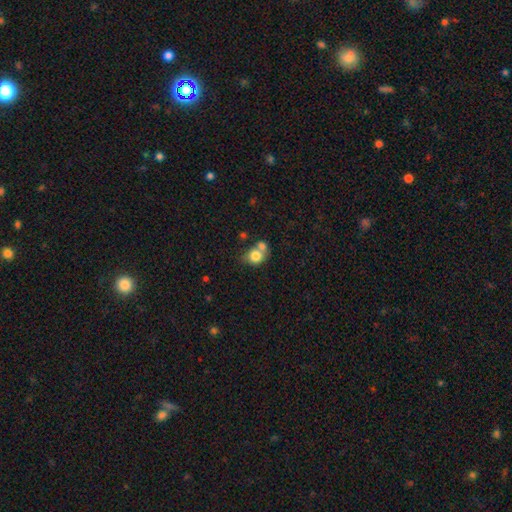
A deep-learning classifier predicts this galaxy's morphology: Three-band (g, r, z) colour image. It shows a smooth galaxy with no disk features (79%) that is round (68%). Merging: merger (48%).